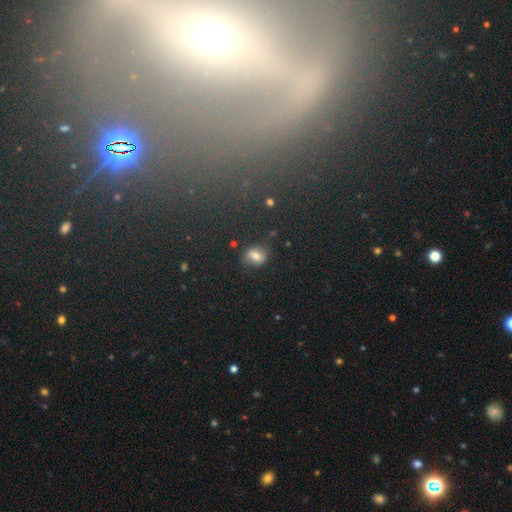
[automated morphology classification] A smooth galaxy with no disk features (69%) that is in between round and cigar-shaped (50%).

Vote fractions:
- Smooth or featured? smooth: 69% / star or artifact: 16% / featured or disk: 15%
- How rounded? in between: 50% / round: 48% / cigar-shaped: 2%
- Merging? none: 72% / minor disturbance: 18% / major disturbance: 6% / merger: 4%